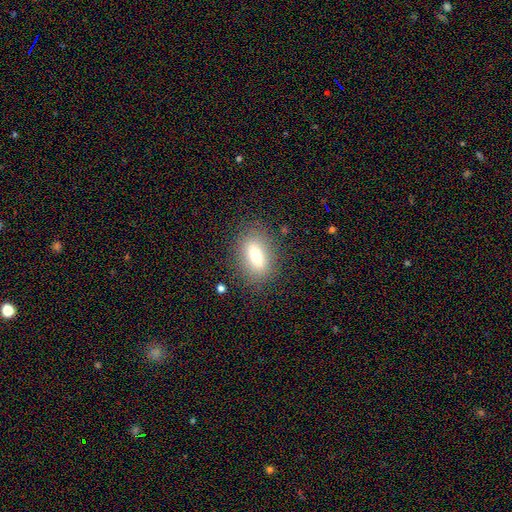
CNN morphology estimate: Smooth or featured?
  - smooth: 72% *
  - featured or disk: 18%
  - star or artifact: 9%
How rounded?
  - in between: 80% *
  - cigar-shaped: 13%
  - round: 8%
Merging?
  - none: 82% *
  - minor disturbance: 11%
  - major disturbance: 5%
  - merger: 1%